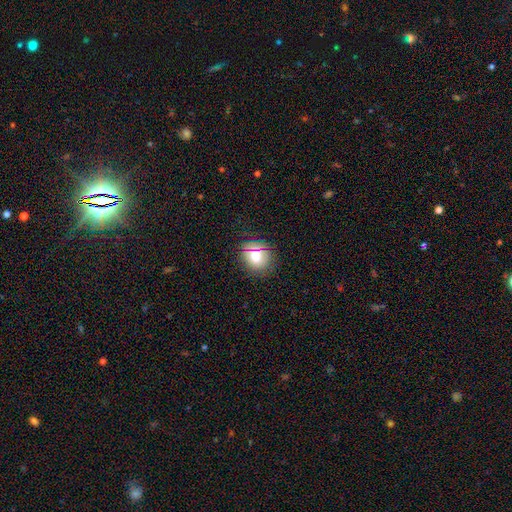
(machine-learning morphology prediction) type=smooth (74%); roundness=round (81%); merging=none (85%).